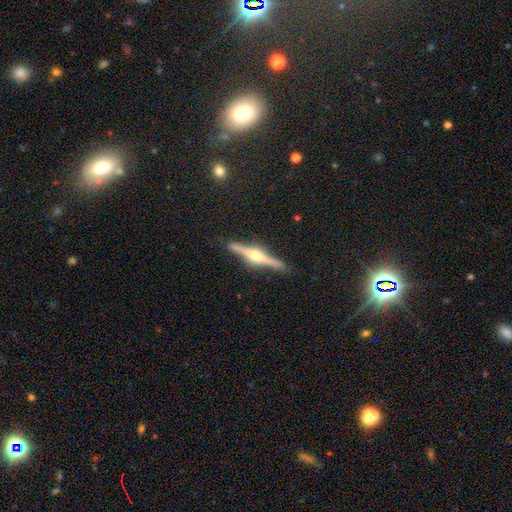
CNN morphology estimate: The model was most divided on "smooth or featured": featured or disk: 81%, smooth: 13%, star or artifact: 5%. More confident: edge-on disk — yes (98%); edge-on bulge — rounded (94%); merging — none (89%).